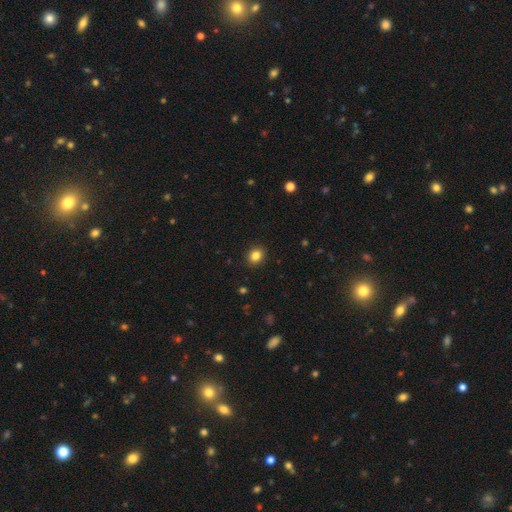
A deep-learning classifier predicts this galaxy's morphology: A smooth galaxy with no disk features (84%) that is round (66%).

Vote fractions:
- Smooth or featured? smooth: 84% / star or artifact: 11% / featured or disk: 5%
- How rounded? round: 66% / in between: 33% / cigar-shaped: 1%
- Merging? none: 91% / minor disturbance: 6% / major disturbance: 2% / merger: 1%